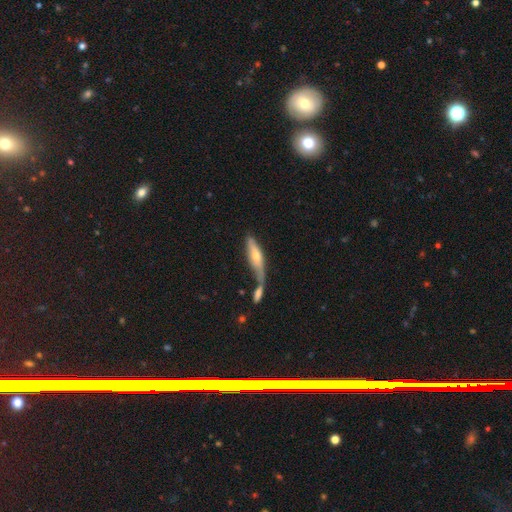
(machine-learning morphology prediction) Q: Smooth or featured?
A: smooth (47%); tied with: featured or disk (47%)
Q: Merging?
A: merger (44%); runner-up: none (33%)